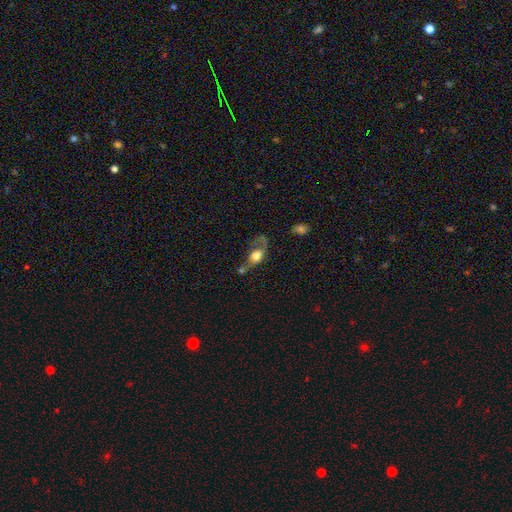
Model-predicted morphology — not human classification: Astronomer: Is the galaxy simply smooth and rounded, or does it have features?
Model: smooth — 52% (runner-up: featured or disk, 40%).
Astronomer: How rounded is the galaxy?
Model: in between — 69%.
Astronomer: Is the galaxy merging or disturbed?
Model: major disturbance — 35% (runner-up: none, 26%).